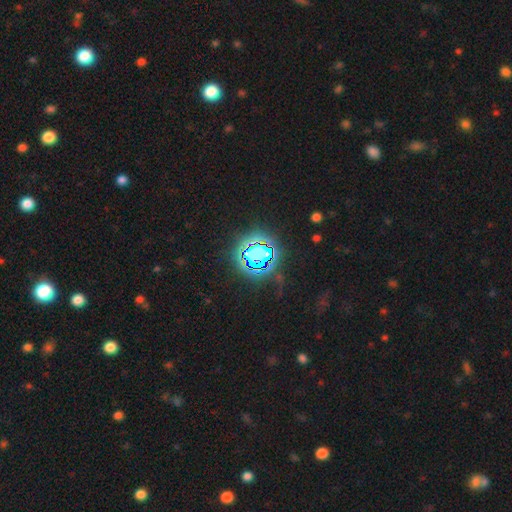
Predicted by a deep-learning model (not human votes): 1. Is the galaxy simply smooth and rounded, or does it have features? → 69% star or artifact, 18% smooth, 12% featured or disk.